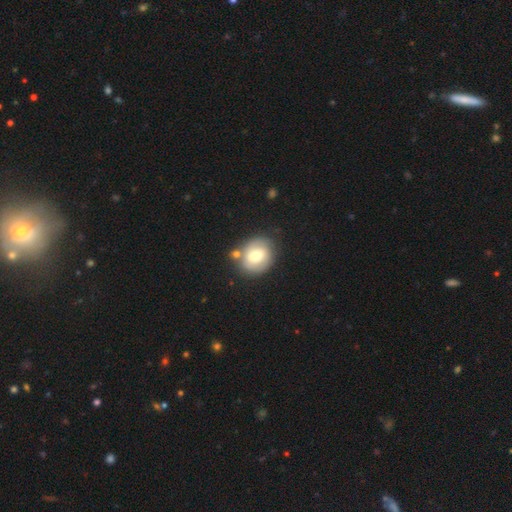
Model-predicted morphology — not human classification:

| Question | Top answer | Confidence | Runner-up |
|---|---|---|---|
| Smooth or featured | smooth | 65% | featured or disk (27%) |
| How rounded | round | 70% | in between (29%) |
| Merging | none | 70% | merger (13%) |